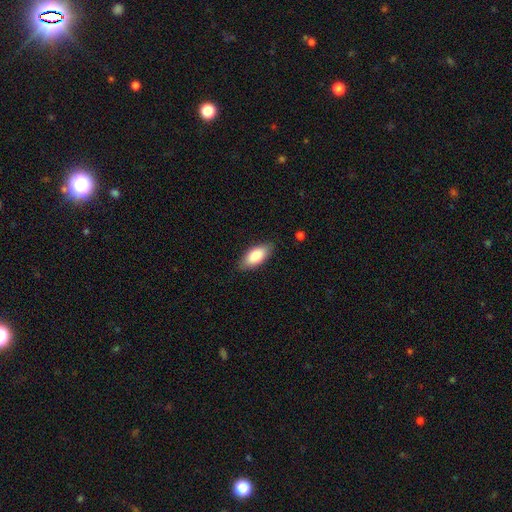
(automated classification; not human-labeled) The model was most divided on "merging": none: 84%, minor disturbance: 12%, major disturbance: 2%, merger: 1%. More confident: how rounded — in between (89%); smooth or featured — smooth (83%).